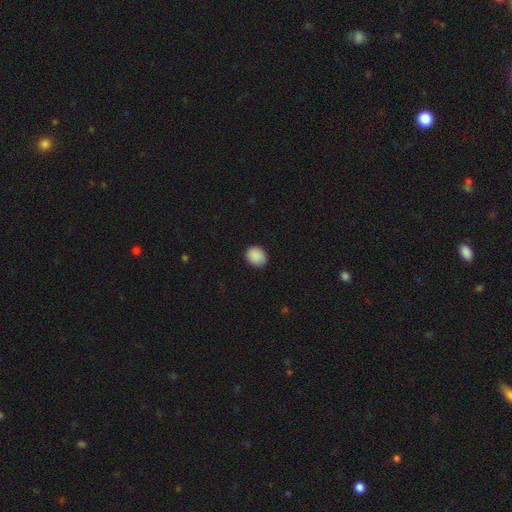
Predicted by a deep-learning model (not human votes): A smooth galaxy with no disk features (90%) that is round (62%).

Vote fractions:
- Smooth or featured? smooth: 90% / star or artifact: 8% / featured or disk: 2%
- How rounded? round: 62% / in between: 38% / cigar-shaped: 1%
- Merging? none: 89% / minor disturbance: 8% / major disturbance: 2% / merger: 1%